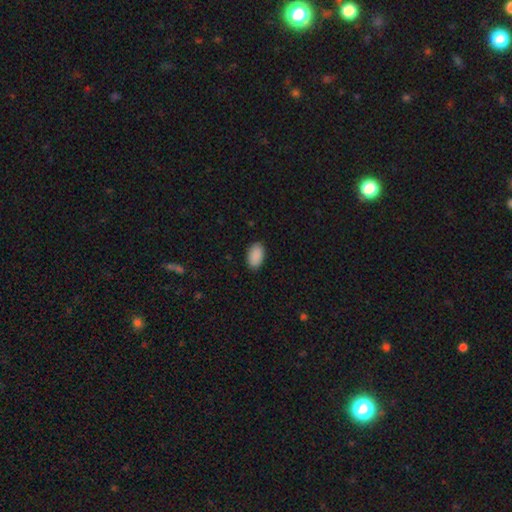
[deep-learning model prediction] This is clearly a smooth galaxy (91%). How rounded: clearly in between (94%). Merging: clearly none (88%).